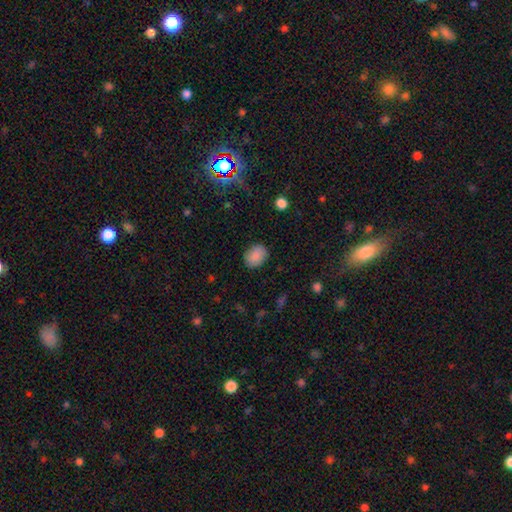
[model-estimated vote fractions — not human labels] Morphology: type=smooth (87%); roundness=in between (64%); merging=none (84%).